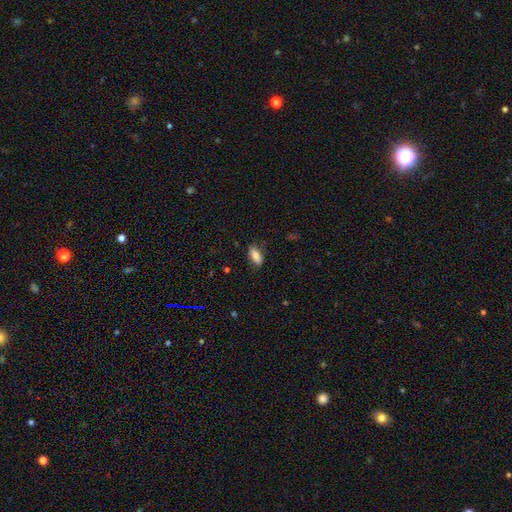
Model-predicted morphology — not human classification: Overall: smooth (78%). How rounded: in between (84%). Merging: none (82%).